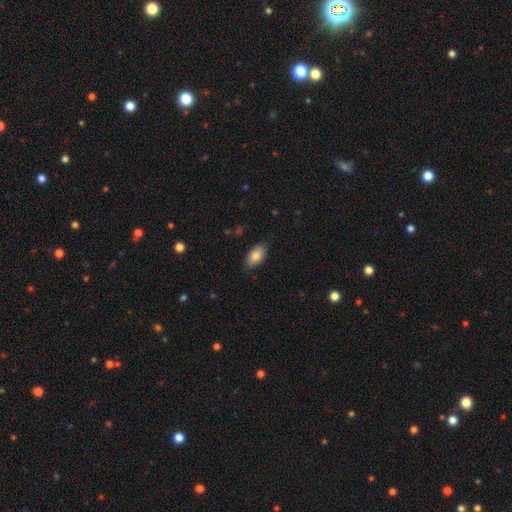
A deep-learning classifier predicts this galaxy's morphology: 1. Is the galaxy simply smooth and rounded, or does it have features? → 83% smooth, 10% featured or disk, 7% star or artifact.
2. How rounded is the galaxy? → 93% in between, 5% round, 2% cigar-shaped.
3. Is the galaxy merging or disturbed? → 84% none, 13% minor disturbance, 2% major disturbance, 1% merger.